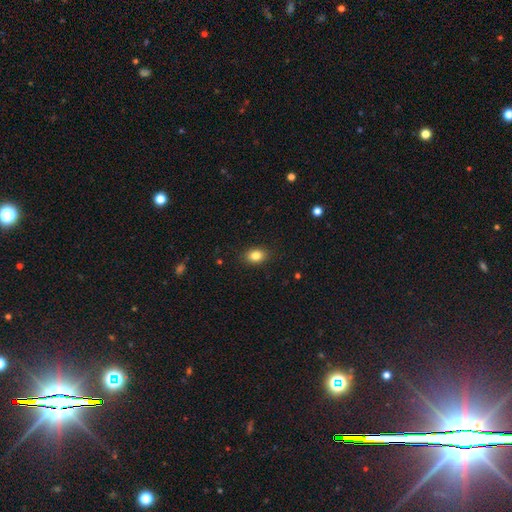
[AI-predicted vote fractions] A smooth galaxy with no disk features (84%) that is in between round and cigar-shaped (75%). Merging: none (88%).